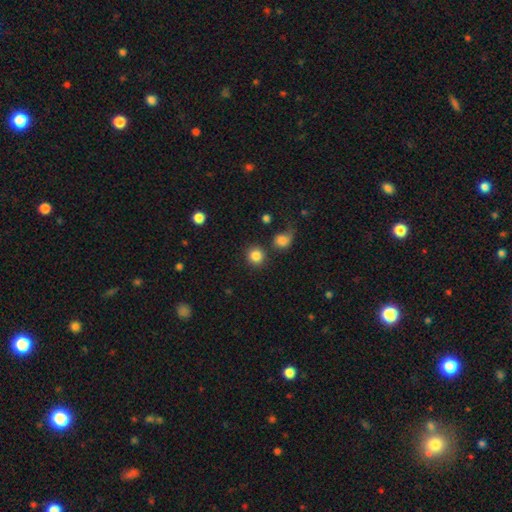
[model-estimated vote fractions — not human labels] A smooth galaxy with no disk features (85%) that is round (91%). Merging: none (80%).